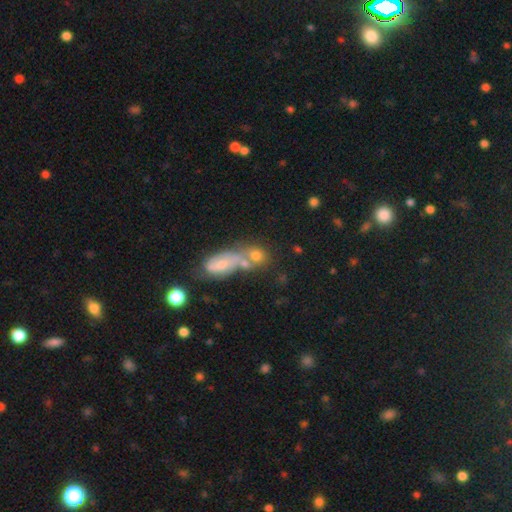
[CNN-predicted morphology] A smooth galaxy with no disk features (65%) that is round (48%).

Vote fractions:
- Smooth or featured? smooth: 65% / featured or disk: 22% / star or artifact: 13%
- How rounded? round: 48% / in between: 46% / cigar-shaped: 6%
- Merging? merger: 51% / none: 31% / minor disturbance: 11% / major disturbance: 7%